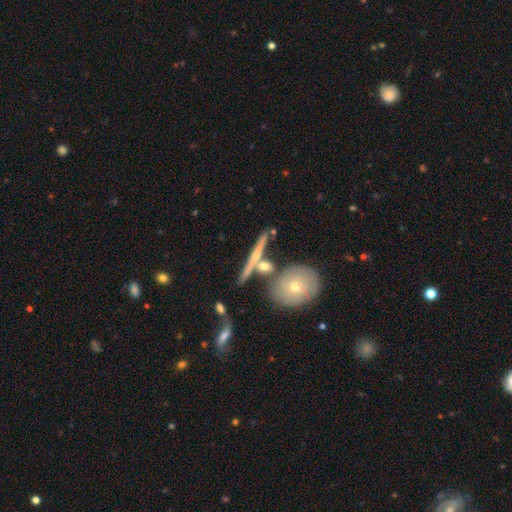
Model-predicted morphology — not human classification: This is likely a featured or disk galaxy (66%). It is clearly viewed edge-on (84%). Edge-on bulge: likely rounded (73%). Merging: likely none (72%).